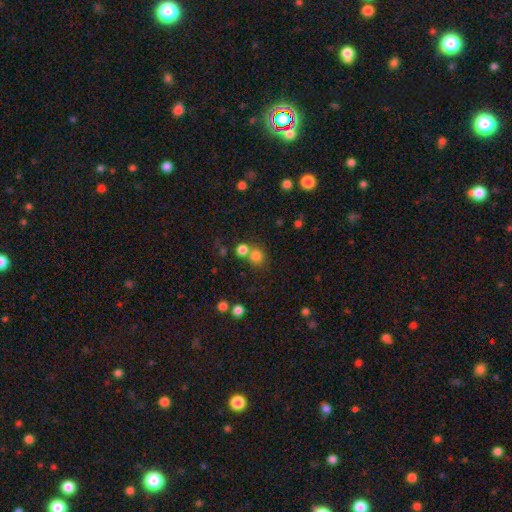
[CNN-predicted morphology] Overall: smooth (79%). How rounded: round (87%). Merging: none (60%; merger 29%).